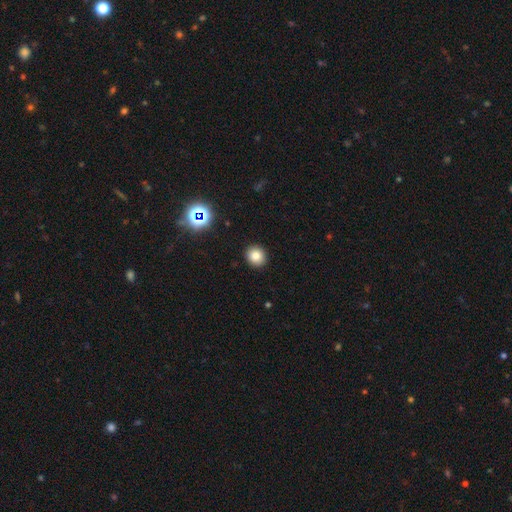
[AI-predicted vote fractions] smooth 81%, star or artifact 13%, featured or disk 6%. Down the decision tree: how rounded — round (83%); merging — none (92%).